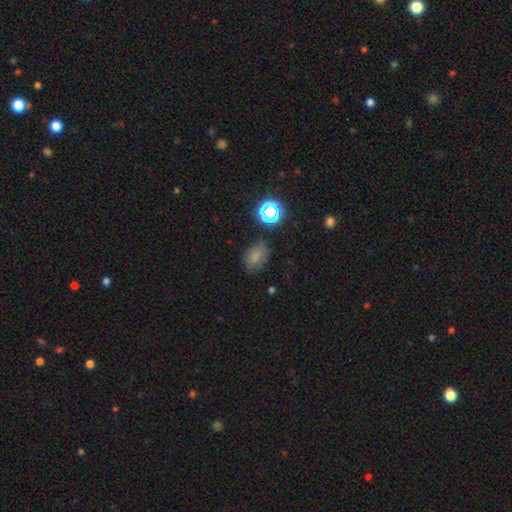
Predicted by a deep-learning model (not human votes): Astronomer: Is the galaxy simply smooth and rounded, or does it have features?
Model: smooth — 73%.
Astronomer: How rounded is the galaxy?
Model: in between — 74%.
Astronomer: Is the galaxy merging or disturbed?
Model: none — 71%.